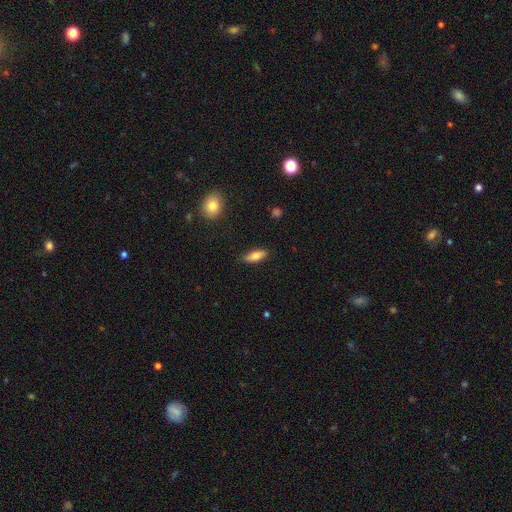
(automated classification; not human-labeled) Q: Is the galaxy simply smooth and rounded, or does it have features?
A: smooth — 78%.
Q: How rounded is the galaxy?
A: in between — 75%.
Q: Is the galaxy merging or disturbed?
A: none — 83%.